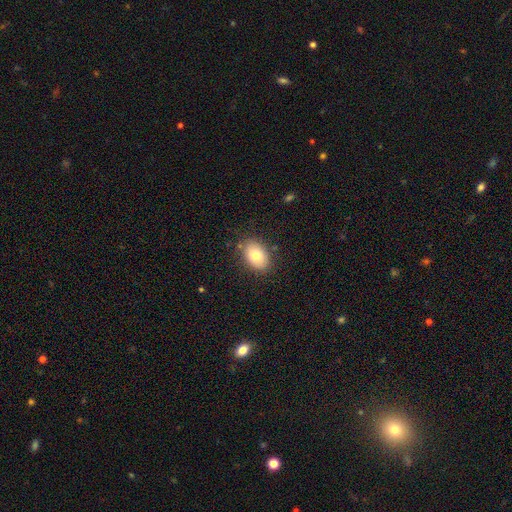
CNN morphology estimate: Smooth or featured? smooth (78%)
How rounded? in between (84%)
Merging? none (84%)